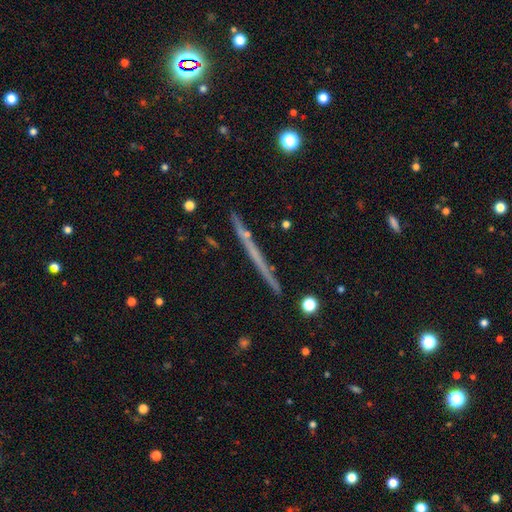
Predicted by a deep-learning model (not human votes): This appears to be a featured or disk galaxy (56%) viewed edge-on (97%) with no central bulge (89%). Merging: none (90%).